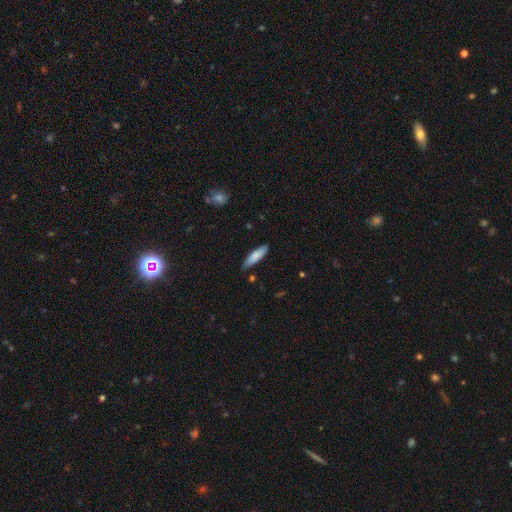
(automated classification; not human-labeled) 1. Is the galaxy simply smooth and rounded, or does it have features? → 81% smooth, 13% featured or disk, 6% star or artifact.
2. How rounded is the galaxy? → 62% cigar-shaped, 36% in between, 1% round.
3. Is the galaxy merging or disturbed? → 83% none, 14% minor disturbance, 2% major disturbance, 1% merger.